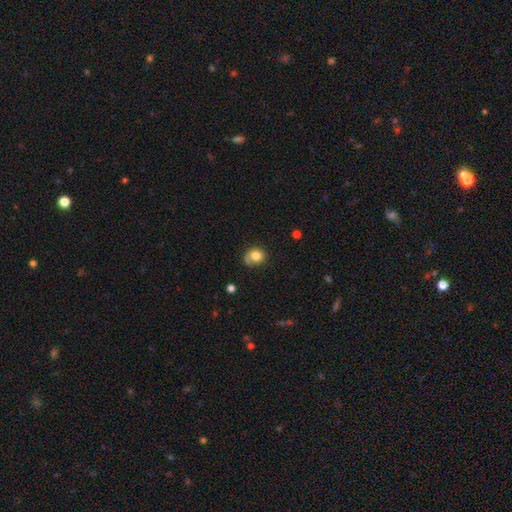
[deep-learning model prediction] Overall: smooth (78%). How rounded: round (68%; in between 31%). Merging: none (56%; minor disturbance 28%).